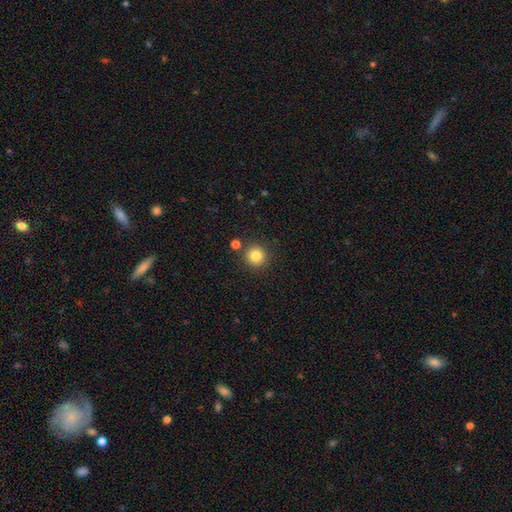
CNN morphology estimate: Overall: smooth (83%). How rounded: round (94%). Merging: none (85%).